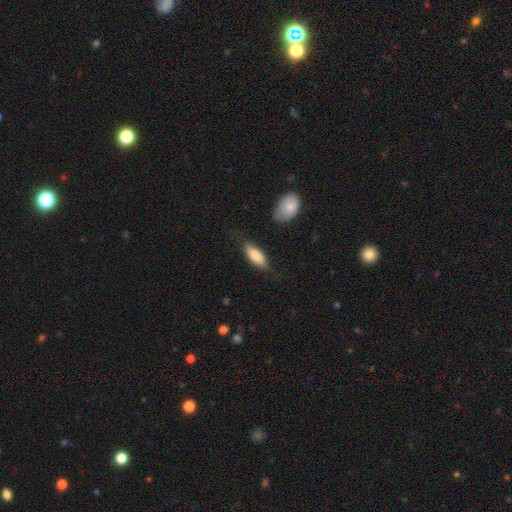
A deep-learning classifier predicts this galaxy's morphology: This is likely a smooth galaxy (79%). How rounded: clearly in between (81%). Merging: likely none (74%).